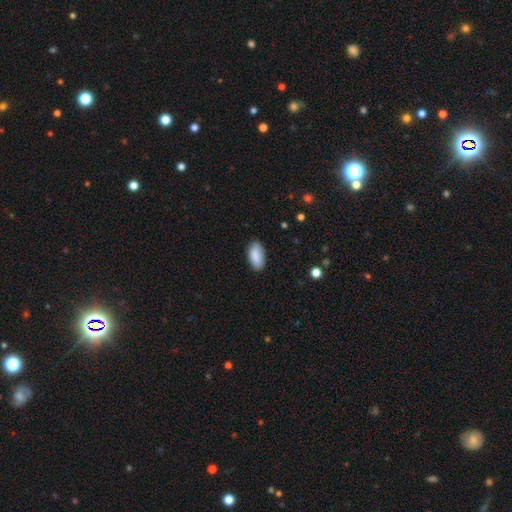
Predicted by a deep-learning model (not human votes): Overall: smooth (87%). How rounded: in between (92%). Merging: none (83%).